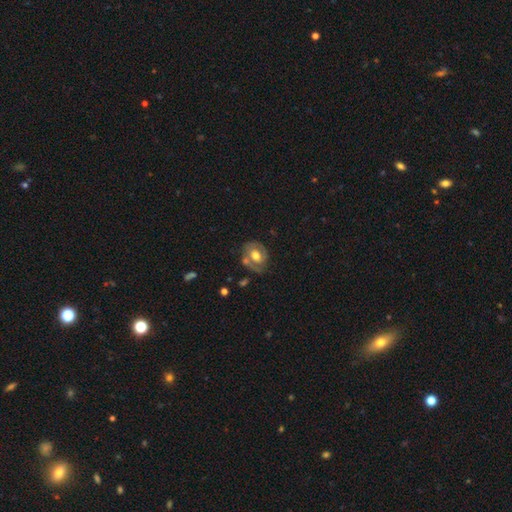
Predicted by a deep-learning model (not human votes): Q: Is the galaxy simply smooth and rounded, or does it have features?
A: featured or disk — 53%.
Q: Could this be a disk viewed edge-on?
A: no — 95%.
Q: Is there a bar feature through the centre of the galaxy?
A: no — 70%.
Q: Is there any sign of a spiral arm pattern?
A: no — 57%.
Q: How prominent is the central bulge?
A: moderate — 61%.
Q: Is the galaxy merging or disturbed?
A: none — 61%.